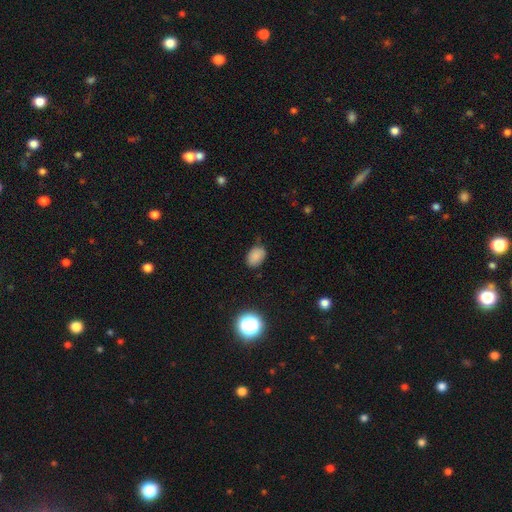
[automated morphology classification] Smooth or featured: smooth — 82% (star or artifact — 12%)
How rounded: in between — 80% (round — 19%)
Merging: none — 78% (minor disturbance — 17%)